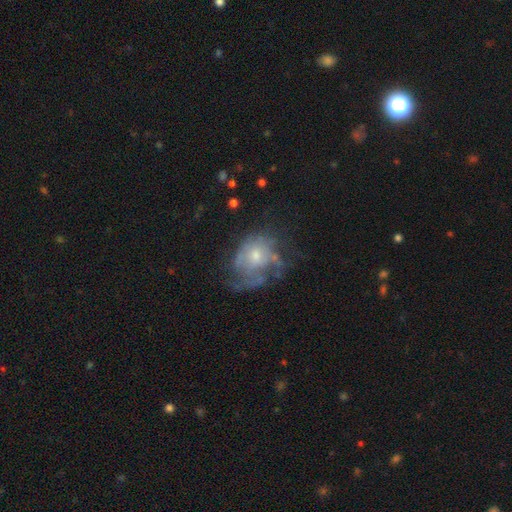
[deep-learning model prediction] This is likely a featured or disk galaxy (63%). It is clearly not viewed edge-on (97%). Bar: clearly no (82%). Spiral arm pattern: possibly yes (60%). Central bulge: possibly moderate (46%, tied with small). Merging: marginally none (43%).